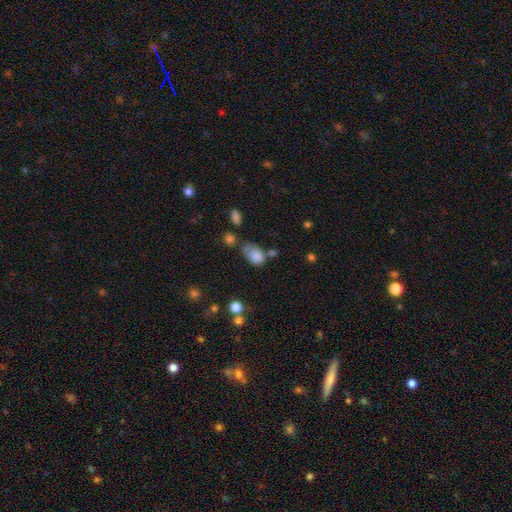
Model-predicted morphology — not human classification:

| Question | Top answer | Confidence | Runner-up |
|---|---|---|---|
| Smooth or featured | smooth | 80% | featured or disk (10%) |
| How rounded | in between | 80% | round (19%) |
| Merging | none | 31% | minor disturbance (30%) |